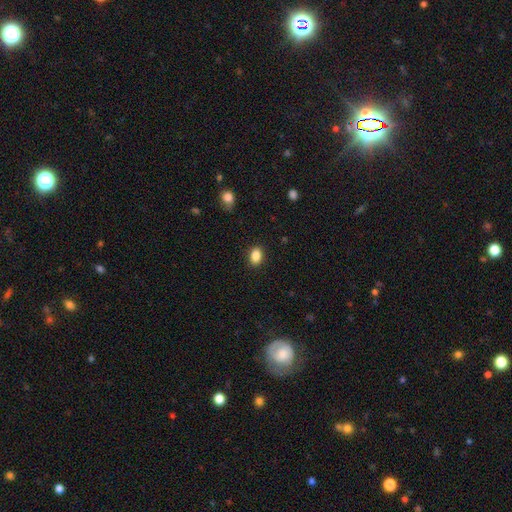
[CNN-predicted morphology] Smooth or featured?
  - smooth: 86% *
  - star or artifact: 9%
  - featured or disk: 5%
How rounded?
  - in between: 77% *
  - round: 22%
  - cigar-shaped: 1%
Merging?
  - none: 88% *
  - minor disturbance: 9%
  - major disturbance: 2%
  - merger: 1%